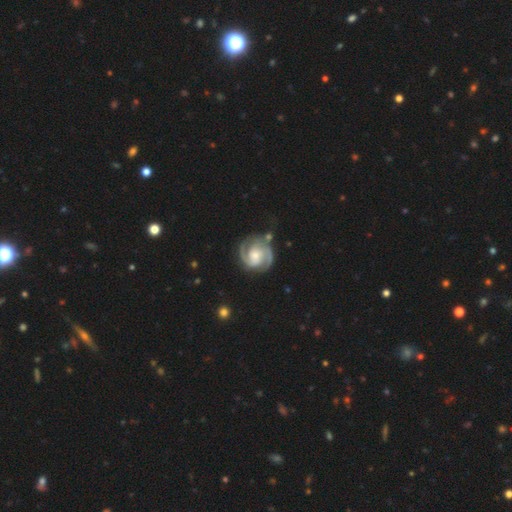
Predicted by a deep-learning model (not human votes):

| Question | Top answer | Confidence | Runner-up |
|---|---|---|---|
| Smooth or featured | featured or disk | 91% | smooth (5%) |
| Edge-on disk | no | 98% | yes (2%) |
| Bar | no | 53% | weak (35%) |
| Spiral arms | yes | 98% | no (2%) |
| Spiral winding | tight | 50% | medium (43%) |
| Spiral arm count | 2 | 79% | 3 (12%) |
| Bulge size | moderate | 48% | small (37%) |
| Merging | none | 74% | minor disturbance (16%) |